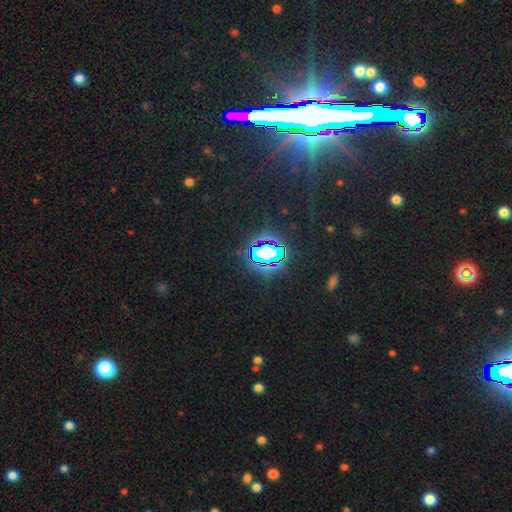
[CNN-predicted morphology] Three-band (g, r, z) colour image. It shows a star or artifact, not a galaxy (78%).